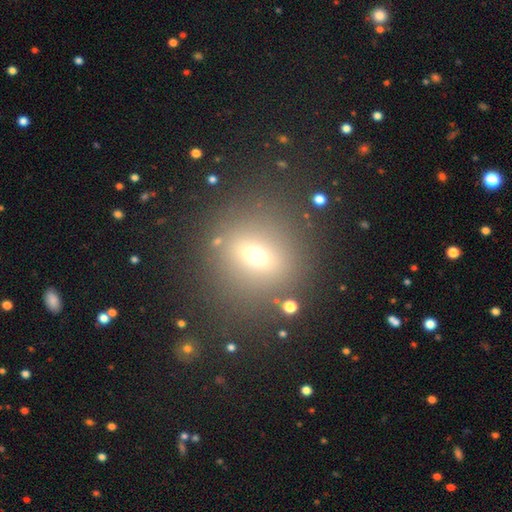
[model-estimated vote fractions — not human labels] Morphology: type=smooth (61%); roundness=round (74%); merging=none (82%).